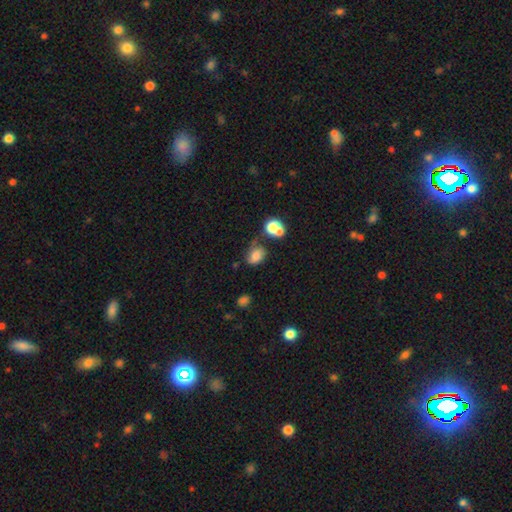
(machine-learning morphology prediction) Smooth or featured: smooth — 70% (featured or disk — 18%)
How rounded: in between — 62% (round — 36%)
Merging: none — 47% (minor disturbance — 24%)